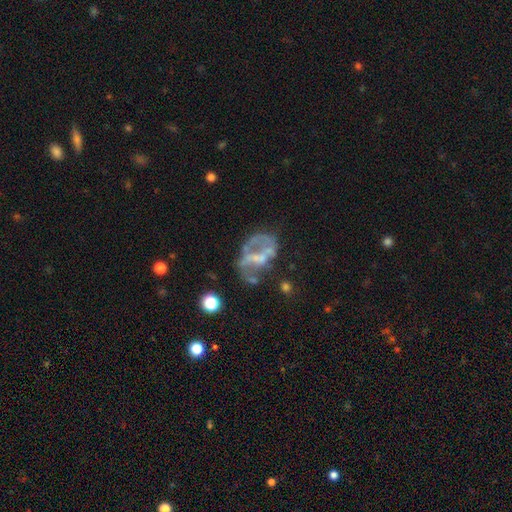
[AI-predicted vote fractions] A featured or disk galaxy (65%) with no bar (55%), no spiral arms (67%) and no central bulge (50%). Merging: none (36%).